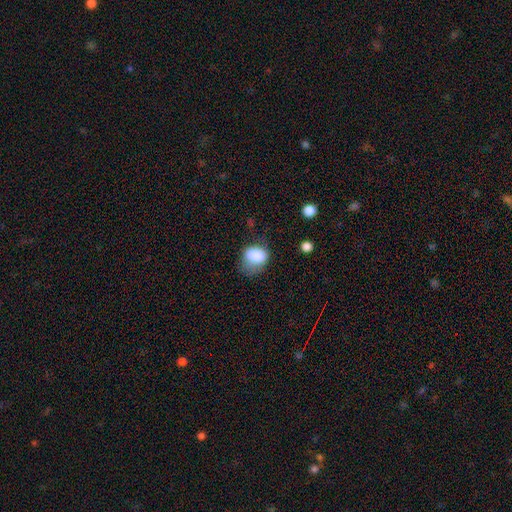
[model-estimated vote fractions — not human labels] A smooth galaxy with no disk features (82%) that is in between round and cigar-shaped (59%). Merging: none (41%).